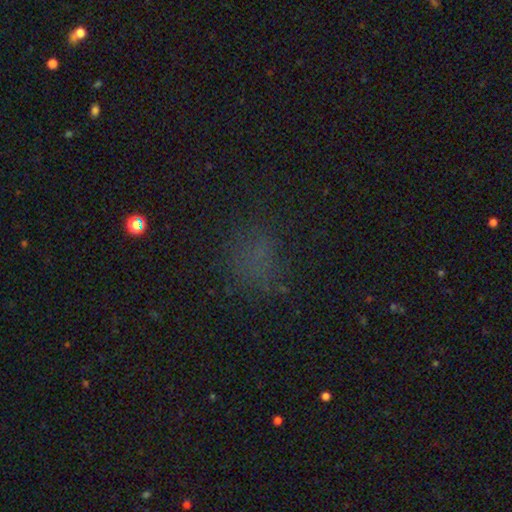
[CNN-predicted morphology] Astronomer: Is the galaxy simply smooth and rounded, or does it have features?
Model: smooth — 52% (runner-up: star or artifact, 39%).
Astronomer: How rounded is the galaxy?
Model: round — 65%.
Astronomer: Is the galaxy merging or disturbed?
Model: none — 73%.